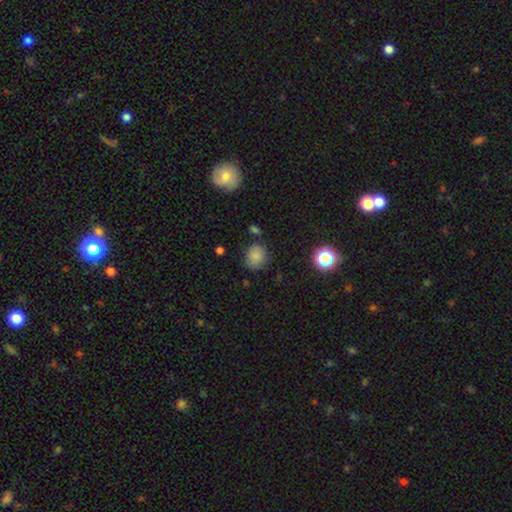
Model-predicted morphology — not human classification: Q: Smooth or featured?
A: smooth (81%); runner-up: star or artifact (13%)
Q: How rounded?
A: round (66%); runner-up: in between (33%)
Q: Merging?
A: none (74%); runner-up: minor disturbance (18%)